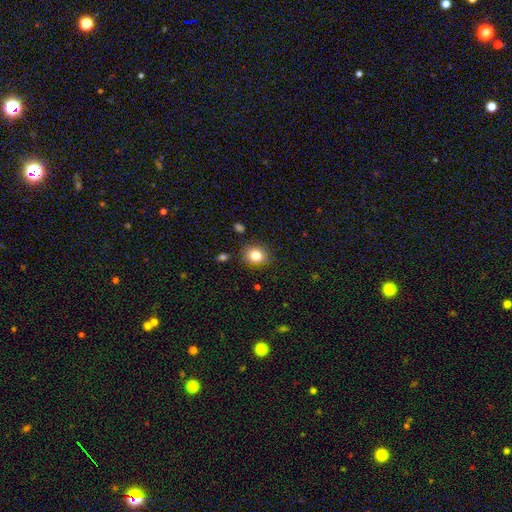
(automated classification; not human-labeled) smooth-or-featured: smooth: 82% | star or artifact: 11% | featured or disk: 7%
  how-rounded: round: 69% | in between: 30% | cigar-shaped: 1%
  merging: none: 85% | minor disturbance: 10% | major disturbance: 3% | merger: 2%